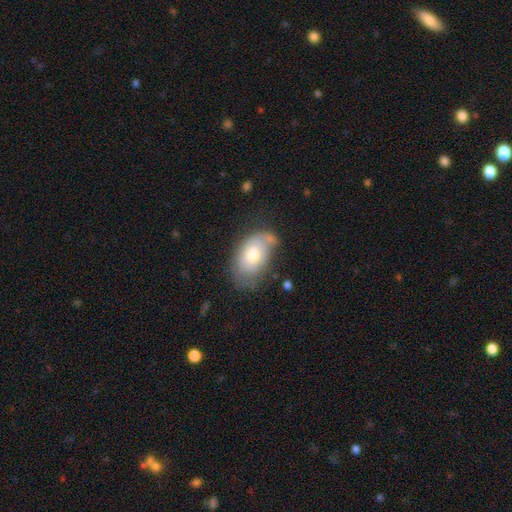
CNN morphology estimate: A smooth galaxy with no disk features (52%) that is in between round and cigar-shaped (89%).

Vote fractions:
- Smooth or featured? smooth: 52% / featured or disk: 39% / star or artifact: 9%
- How rounded? in between: 89% / round: 10% / cigar-shaped: 1%
- Merging? none: 54% / minor disturbance: 30% / major disturbance: 12% / merger: 5%